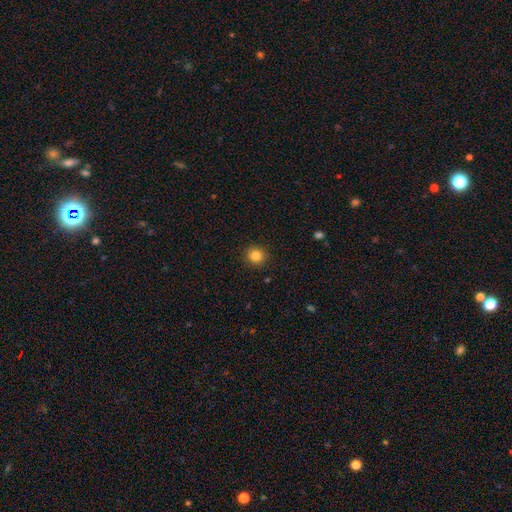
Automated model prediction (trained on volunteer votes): Overall: smooth (84%). How rounded: round (91%). Merging: none (91%).